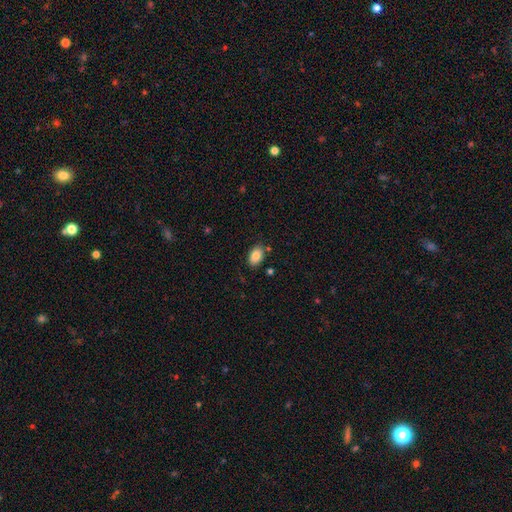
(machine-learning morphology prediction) This is clearly a smooth galaxy (84%). How rounded: clearly in between (89%). Merging: clearly none (82%).